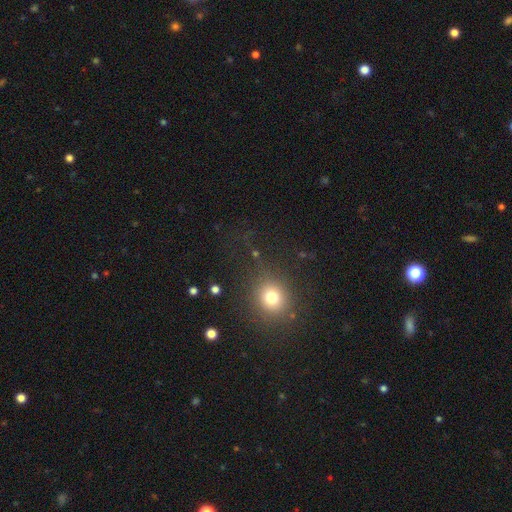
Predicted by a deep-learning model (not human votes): The model was most divided on "smooth or featured": smooth: 61%, star or artifact: 32%, featured or disk: 7%. More confident: how rounded — round (86%); merging — none (80%).